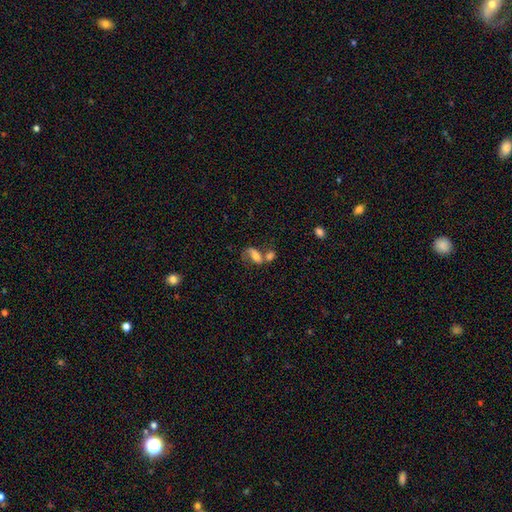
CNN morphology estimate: type=smooth (54%); roundness=in between (80%); merging=merger (48%).